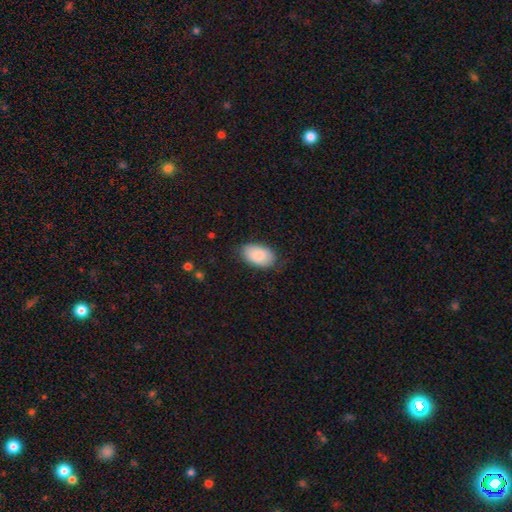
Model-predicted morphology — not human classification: Smooth or featured?
  - smooth: 86% *
  - featured or disk: 8%
  - star or artifact: 6%
How rounded?
  - in between: 94% *
  - round: 5%
  - cigar-shaped: 1%
Merging?
  - none: 76% *
  - minor disturbance: 19%
  - major disturbance: 4%
  - merger: 1%